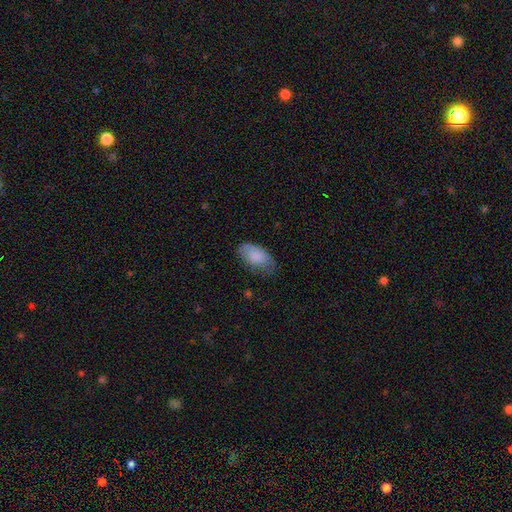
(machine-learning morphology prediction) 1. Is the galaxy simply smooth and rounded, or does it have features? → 79% smooth, 14% featured or disk, 7% star or artifact.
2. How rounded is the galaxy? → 94% in between, 3% round, 3% cigar-shaped.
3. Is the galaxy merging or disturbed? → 61% none, 29% minor disturbance, 8% major disturbance, 1% merger.